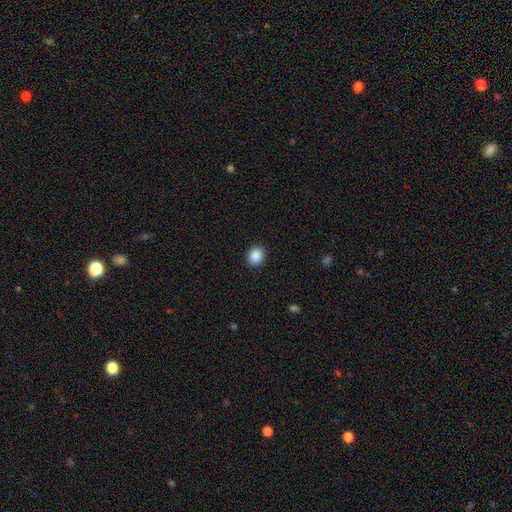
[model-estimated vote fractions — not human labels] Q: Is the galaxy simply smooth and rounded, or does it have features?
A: smooth — 88%.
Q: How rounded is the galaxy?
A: round — 65%.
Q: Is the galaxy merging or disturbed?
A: none — 91%.